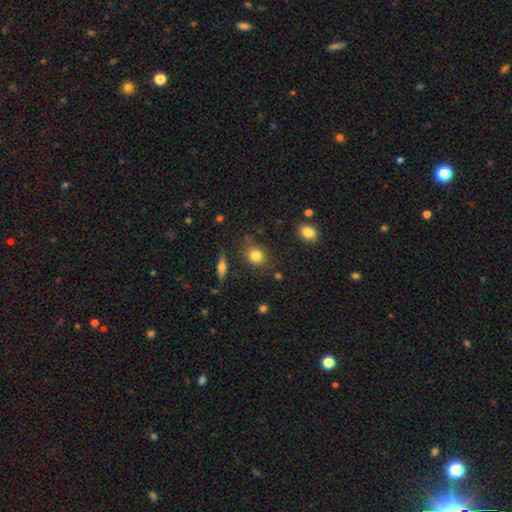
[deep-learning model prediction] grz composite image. It shows a smooth galaxy with no disk features (82%) that is round (64%). Merging: none (80%).